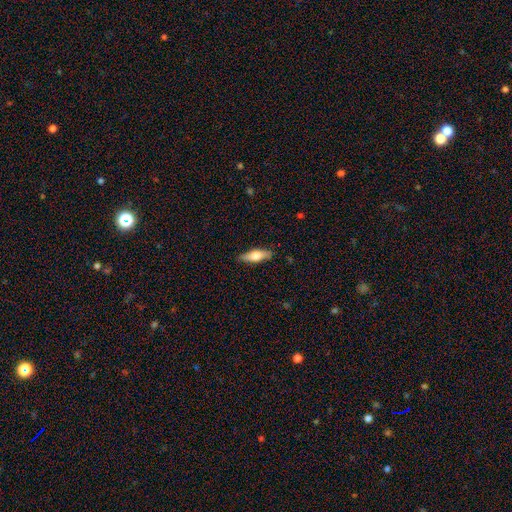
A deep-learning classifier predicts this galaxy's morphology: smooth_or_featured: smooth (p=0.57) [alt: featured or disk p=0.37]
how_rounded: in between (p=0.50) [alt: cigar-shaped p=0.47]
merging: none (p=0.86) [alt: minor disturbance p=0.11]